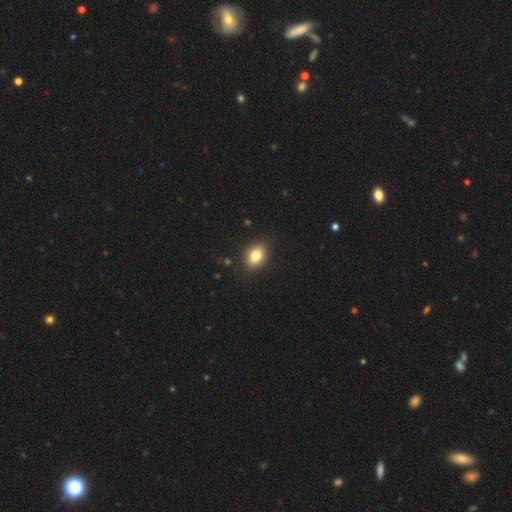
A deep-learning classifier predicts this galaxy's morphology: This appears to be a smooth galaxy with no disk features (82%) that is in between round and cigar-shaped (66%). Merging: none (89%).